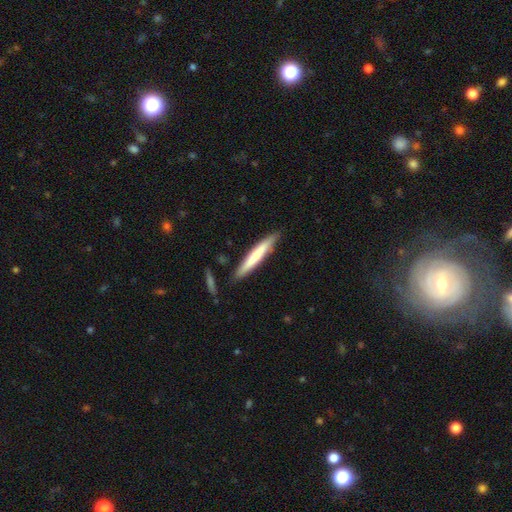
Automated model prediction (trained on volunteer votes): A smooth galaxy with no disk features (65%) that is cigar-shaped (95%).

Vote fractions:
- Smooth or featured? smooth: 65% / featured or disk: 30% / star or artifact: 5%
- How rounded? cigar-shaped: 95% / in between: 4% / round: 1%
- Merging? none: 85% / minor disturbance: 11% / merger: 2% / major disturbance: 2%